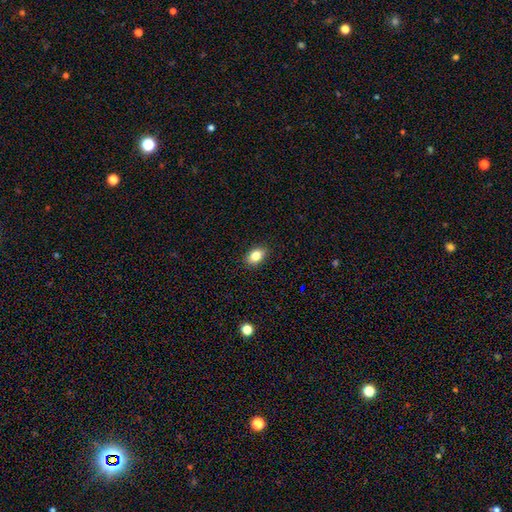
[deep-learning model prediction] Smooth or featured?
  - smooth: 85% *
  - star or artifact: 9%
  - featured or disk: 6%
How rounded?
  - in between: 84% *
  - round: 14%
  - cigar-shaped: 1%
Merging?
  - none: 89% *
  - minor disturbance: 8%
  - major disturbance: 2%
  - merger: 1%